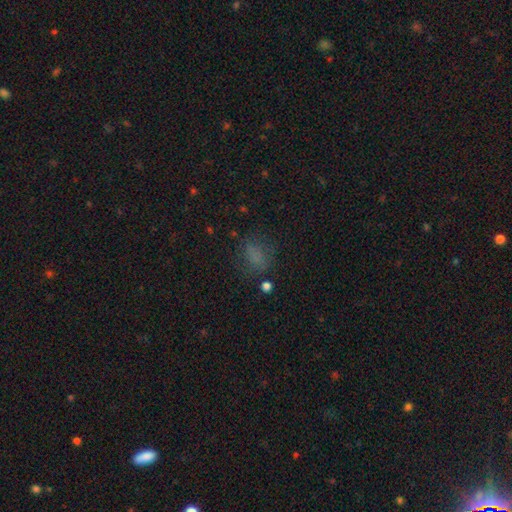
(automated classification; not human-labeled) Smooth or featured: smooth — 69% (star or artifact — 20%)
How rounded: in between — 67% (round — 29%)
Merging: none — 64% (minor disturbance — 19%)